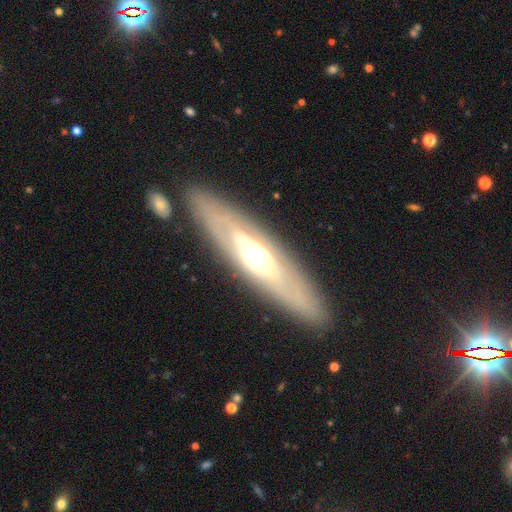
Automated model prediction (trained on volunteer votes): Morphology: type=featured or disk (69%); edge-on=yes (53%); merging=none (84%).